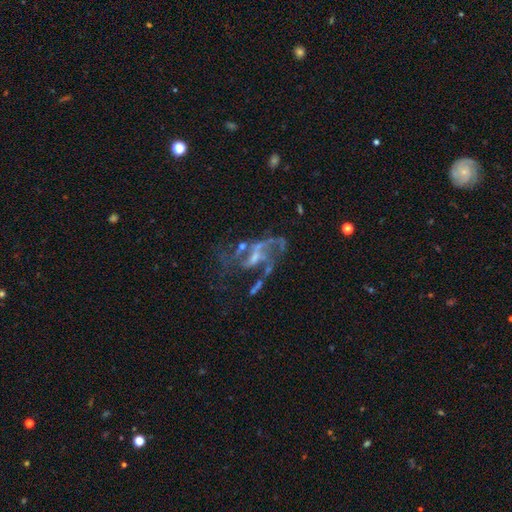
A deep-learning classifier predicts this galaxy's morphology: Overall: featured or disk (75%). Edge-on disk: no (96%). Bar: no (49%; weak 36%). Spiral arms: yes (63%; no 37%). Bulge size: small (42%; none 31%). Merging: major disturbance (37%; none 32%).